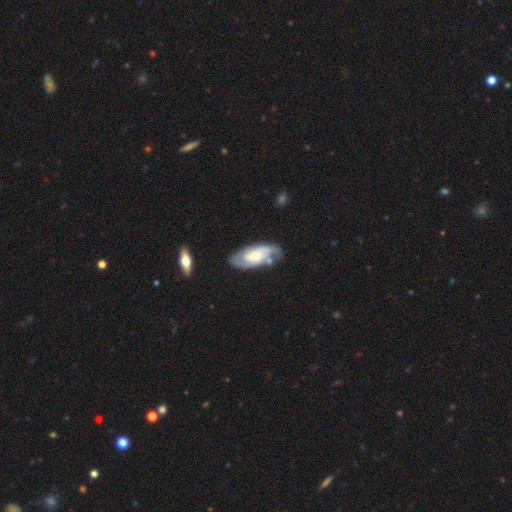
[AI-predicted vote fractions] Smooth or featured? Predicted: featured or disk (p=0.72). Edge-on disk? Predicted: no (p=0.92). Bar? Predicted: no (p=0.52). Spiral arms? Predicted: yes (p=0.90). Spiral winding? Predicted: medium (p=0.42). Spiral arm count? Predicted: 2 (p=0.69). Bulge size? Predicted: moderate (p=0.45). Merging? Predicted: none (p=0.68).